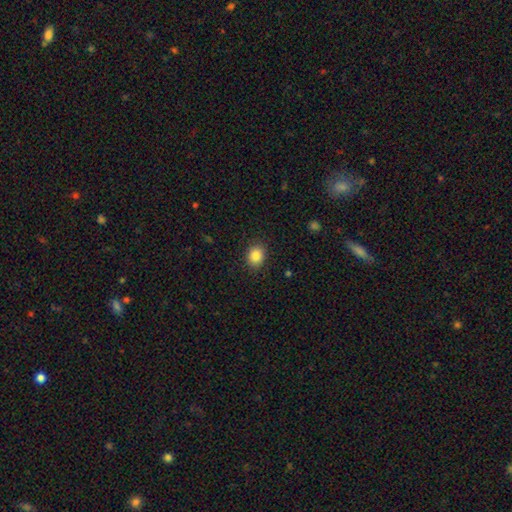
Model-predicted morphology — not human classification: smooth 85%, star or artifact 10%, featured or disk 5%. Down the decision tree: how rounded — round (56%); merging — none (88%).